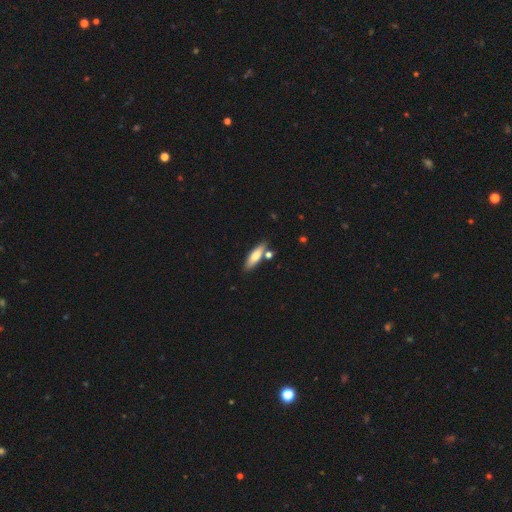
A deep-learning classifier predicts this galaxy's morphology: A smooth galaxy with no disk features (70%) that is cigar-shaped (58%).

Vote fractions:
- Smooth or featured? smooth: 70% / featured or disk: 24% / star or artifact: 6%
- How rounded? cigar-shaped: 58% / in between: 40% / round: 2%
- Merging? none: 75% / minor disturbance: 12% / merger: 10% / major disturbance: 3%